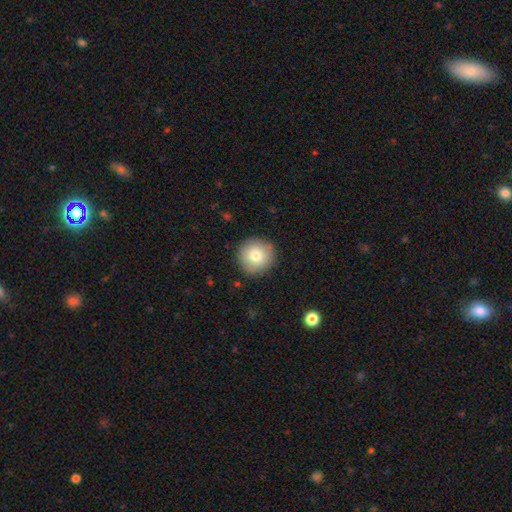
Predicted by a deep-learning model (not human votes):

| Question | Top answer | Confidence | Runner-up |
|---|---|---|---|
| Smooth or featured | smooth | 79% | featured or disk (12%) |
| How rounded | round | 95% | in between (4%) |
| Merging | none | 90% | minor disturbance (7%) |